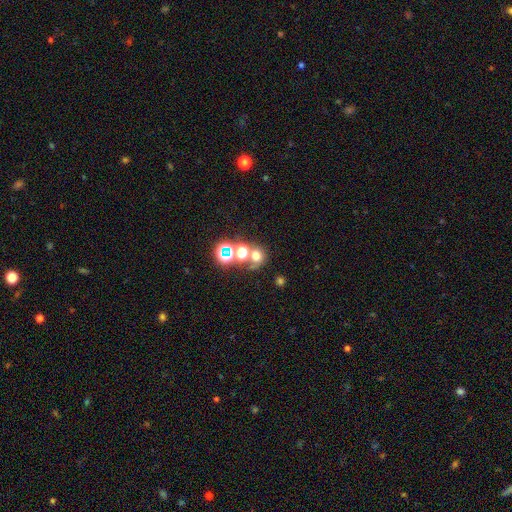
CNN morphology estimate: Smooth or featured? Predicted: smooth (p=0.58). How rounded? Predicted: round (p=0.79). Merging? Predicted: none (p=0.52).